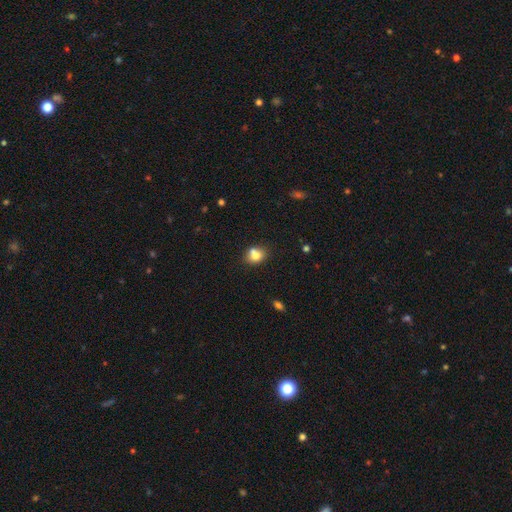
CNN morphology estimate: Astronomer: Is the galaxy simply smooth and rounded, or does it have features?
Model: smooth — 76%.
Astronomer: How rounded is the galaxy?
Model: round — 56% (runner-up: in between, 42%).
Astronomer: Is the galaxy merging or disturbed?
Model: none — 49% (runner-up: merger, 30%).